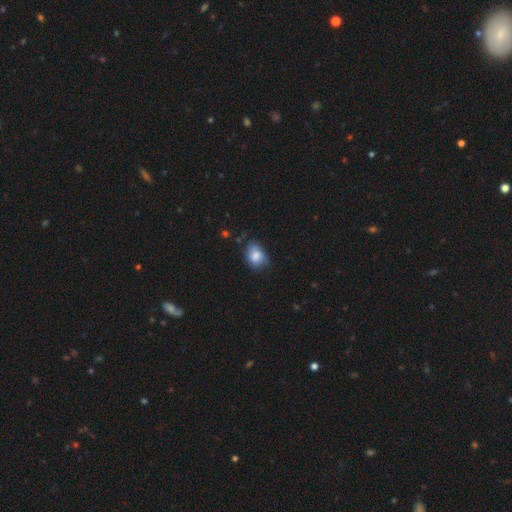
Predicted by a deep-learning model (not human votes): Q: Smooth or featured?
A: smooth (79%); runner-up: featured or disk (13%)
Q: How rounded?
A: in between (65%); runner-up: round (34%)
Q: Merging?
A: none (54%); runner-up: minor disturbance (34%)